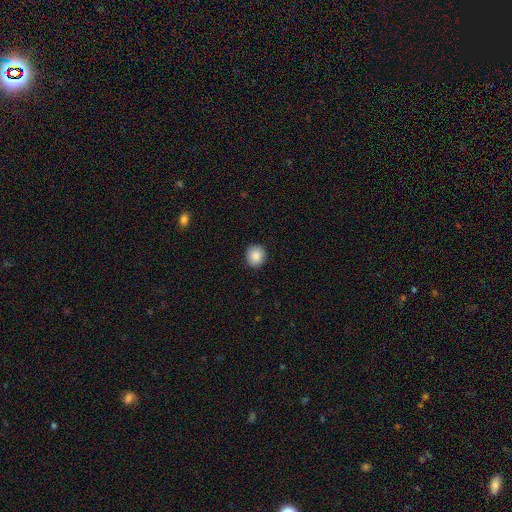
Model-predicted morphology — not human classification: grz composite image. It shows a smooth galaxy with no disk features (88%) that is round (87%). Merging: none (91%).